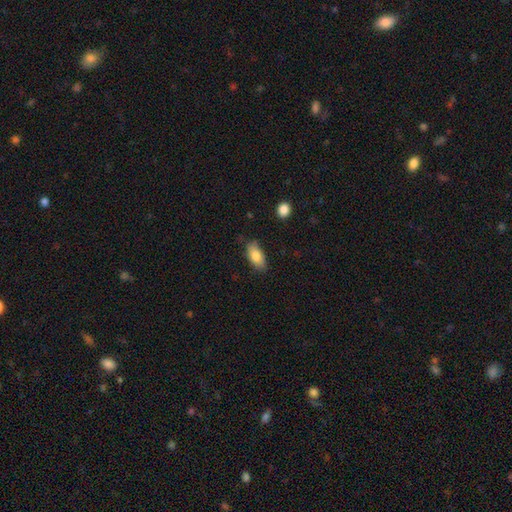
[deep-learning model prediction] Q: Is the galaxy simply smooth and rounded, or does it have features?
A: smooth — 83%.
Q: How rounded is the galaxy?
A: in between — 90%.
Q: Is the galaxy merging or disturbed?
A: none — 77%.